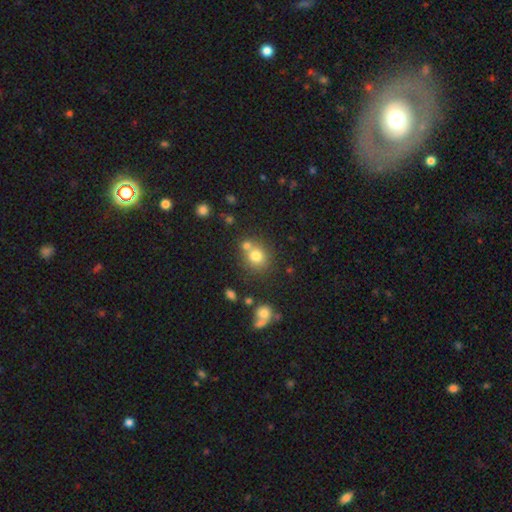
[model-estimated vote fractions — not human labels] Smooth or featured? smooth (76%)
How rounded? round (83%)
Merging? none (58%)